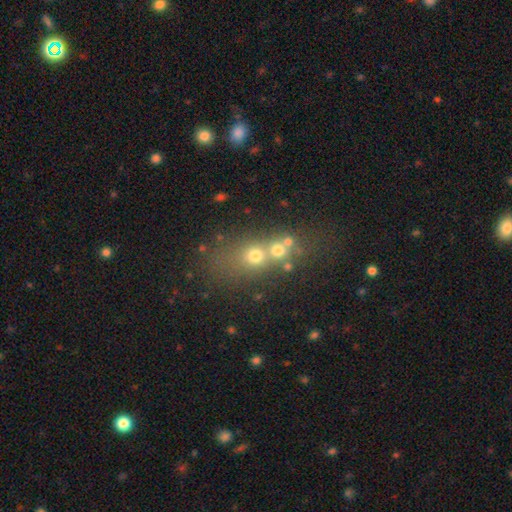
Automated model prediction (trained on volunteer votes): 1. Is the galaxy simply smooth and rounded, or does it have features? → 48% smooth, 28% featured or disk, 24% star or artifact.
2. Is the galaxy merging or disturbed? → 51% merger, 35% none, 8% minor disturbance, 6% major disturbance.